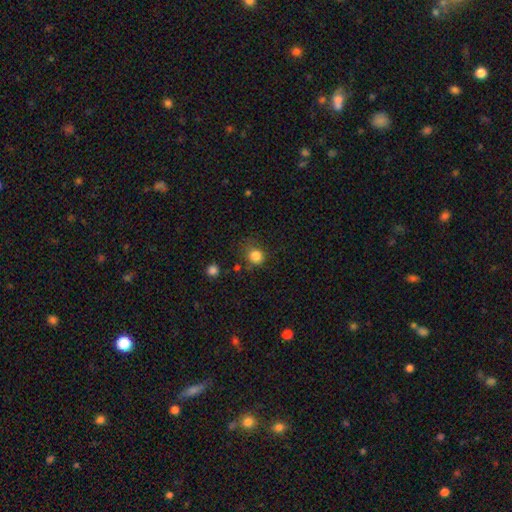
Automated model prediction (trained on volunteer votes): smooth 83%, star or artifact 12%, featured or disk 5%. Down the decision tree: how rounded — round (84%); merging — none (70%).